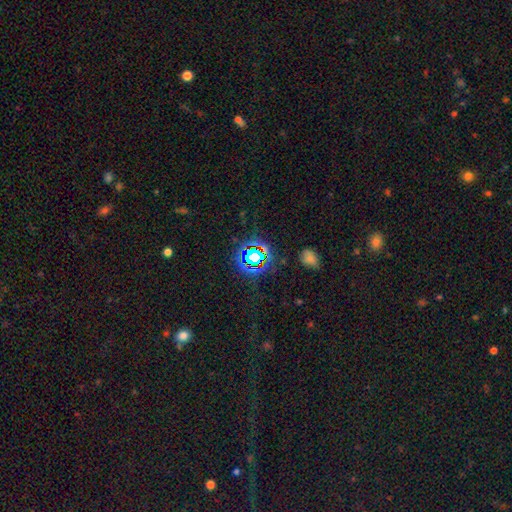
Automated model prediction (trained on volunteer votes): smooth-or-featured: star or artifact: 69% | smooth: 19% | featured or disk: 11%